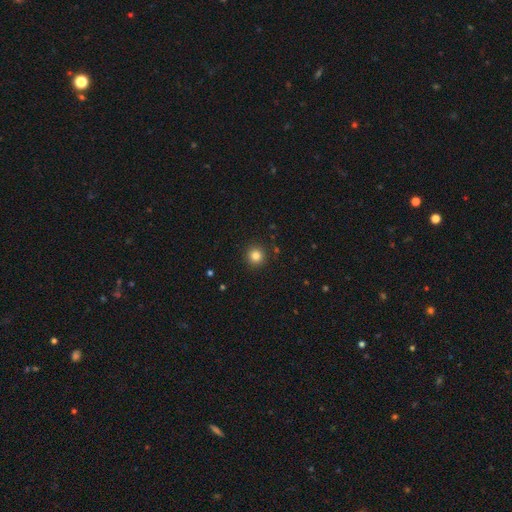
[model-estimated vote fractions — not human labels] smooth-or-featured: smooth: 83% | star or artifact: 12% | featured or disk: 5%
  how-rounded: round: 95% | in between: 4% | cigar-shaped: 1%
  merging: none: 92% | minor disturbance: 5% | major disturbance: 2% | merger: 1%